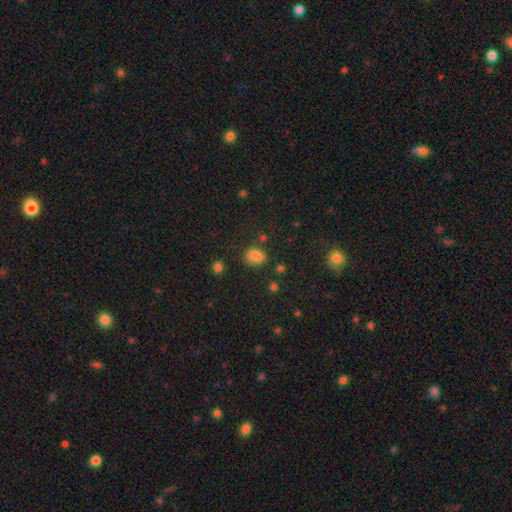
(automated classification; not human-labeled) smooth 74%, star or artifact 18%, featured or disk 8%. Down the decision tree: how rounded — round (51%); merging — none (58%).